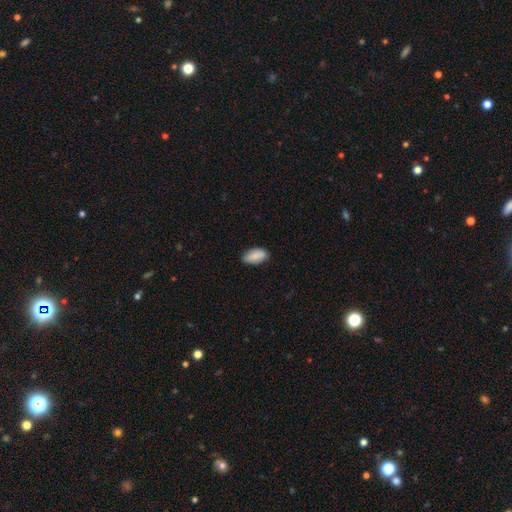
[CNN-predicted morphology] smooth_or_featured: smooth (p=0.86) [alt: featured or disk p=0.07]
how_rounded: in between (p=0.94) [alt: cigar-shaped p=0.03]
merging: none (p=0.82) [alt: minor disturbance p=0.14]